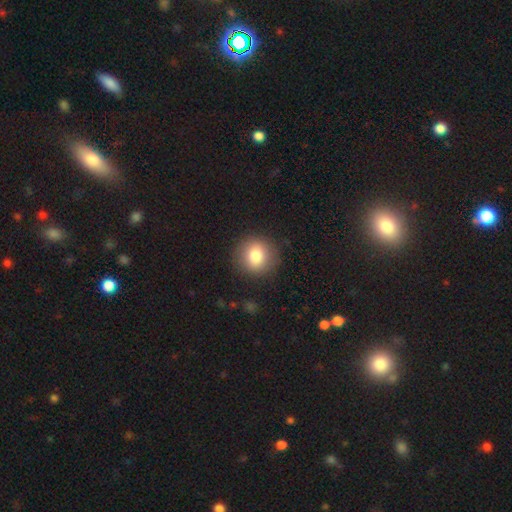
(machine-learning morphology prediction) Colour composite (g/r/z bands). It shows a smooth galaxy with no disk features (81%) that is round (88%). Merging: none (89%).